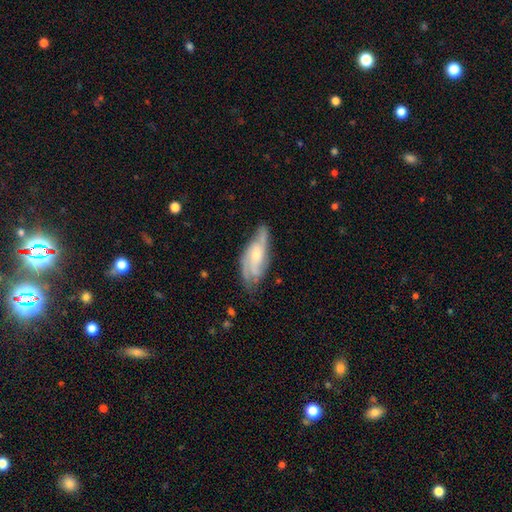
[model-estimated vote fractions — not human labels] Smooth or featured? Predicted: featured or disk (p=0.74). Edge-on disk? Predicted: no (p=0.89). Bar? Predicted: no (p=0.63). Spiral arms? Predicted: yes (p=0.92). Spiral winding? Predicted: medium (p=0.45). Spiral arm count? Predicted: 2 (p=0.34). Bulge size? Predicted: small (p=0.54). Merging? Predicted: none (p=0.63).